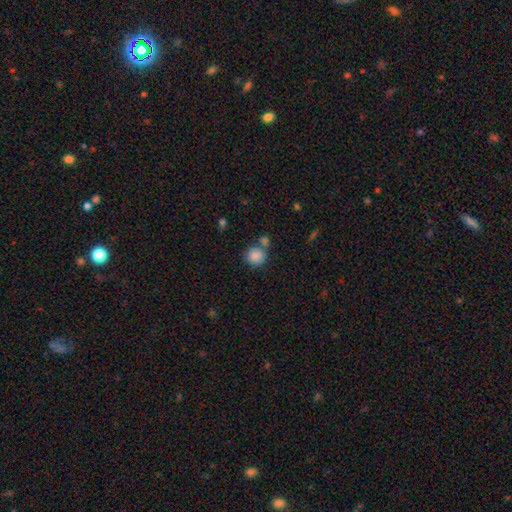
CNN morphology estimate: smooth_or_featured: smooth (p=0.86) [alt: star or artifact p=0.09]
how_rounded: round (p=0.90) [alt: in between p=0.09]
merging: none (p=0.65) [alt: merger p=0.21]